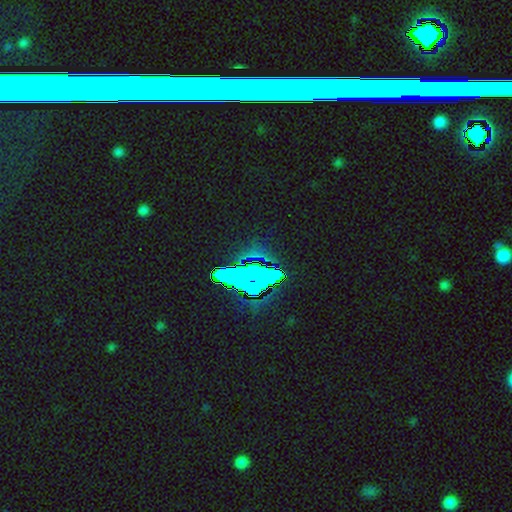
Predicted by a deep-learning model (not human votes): Smooth or featured: star or artifact — 71% (featured or disk — 15%)